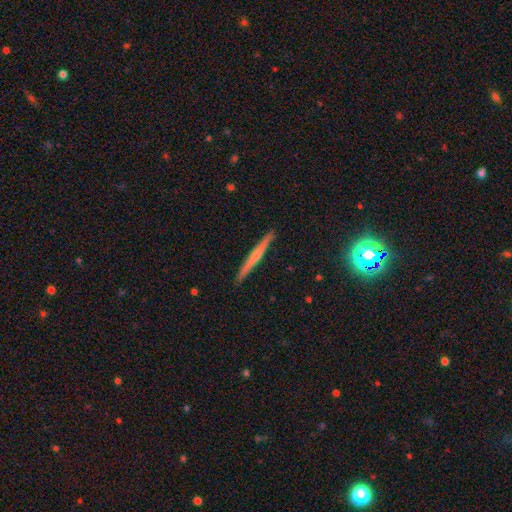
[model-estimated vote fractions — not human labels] smooth-or-featured: featured or disk: 59% | smooth: 34% | star or artifact: 6%
  disk-edge-on: yes: 98% | no: 2%
    edge-on-bulge: rounded: 54% | none: 39% | boxy: 7%
  merging: none: 92% | minor disturbance: 6% | major disturbance: 1% | merger: 1%